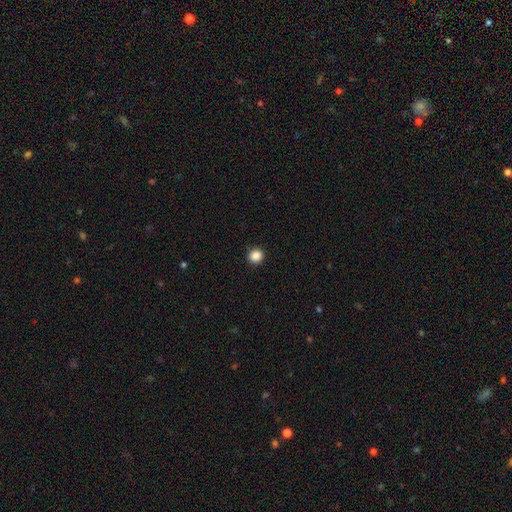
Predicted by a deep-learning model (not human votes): Overall: smooth (87%). How rounded: round (92%). Merging: none (93%).